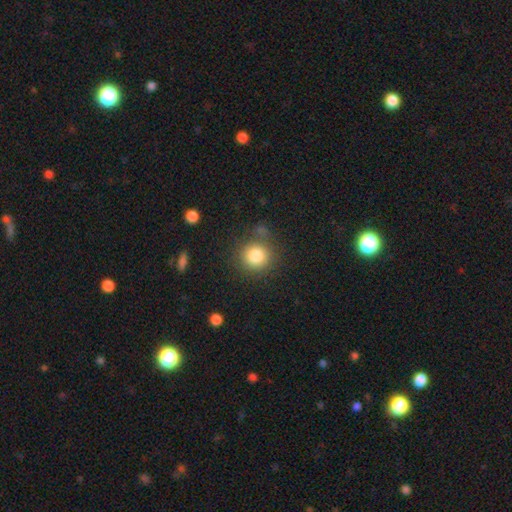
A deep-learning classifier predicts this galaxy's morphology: smooth_or_featured: smooth (p=0.83) [alt: star or artifact p=0.11]
how_rounded: round (p=0.91) [alt: in between p=0.09]
merging: none (p=0.78) [alt: minor disturbance p=0.12]